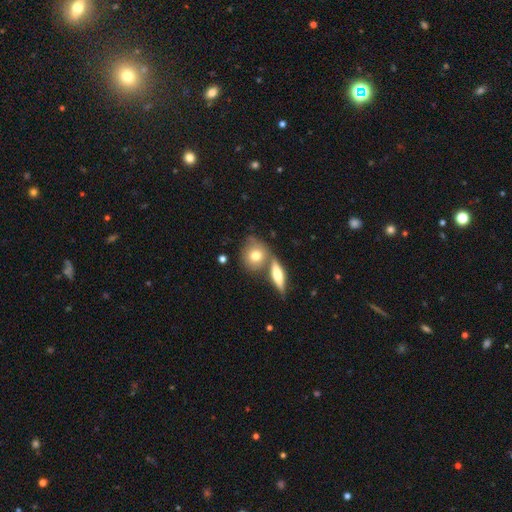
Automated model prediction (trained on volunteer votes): Smooth or featured?
  - smooth: 72% *
  - featured or disk: 20%
  - star or artifact: 7%
How rounded?
  - round: 66% *
  - in between: 29%
  - cigar-shaped: 5%
Merging?
  - none: 56% *
  - merger: 28%
  - minor disturbance: 12%
  - major disturbance: 4%